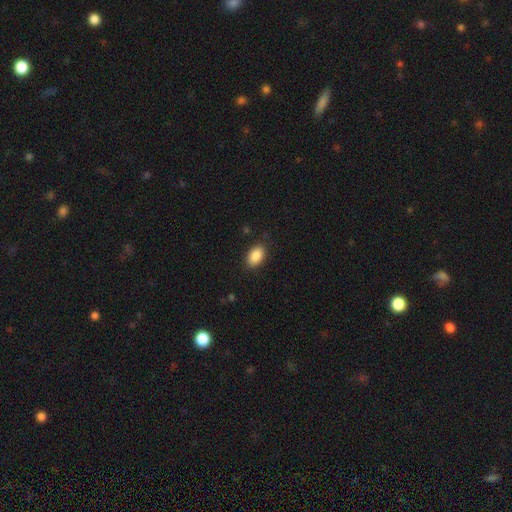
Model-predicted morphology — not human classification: Smooth or featured? smooth (88%)
How rounded? in between (91%)
Merging? none (87%)